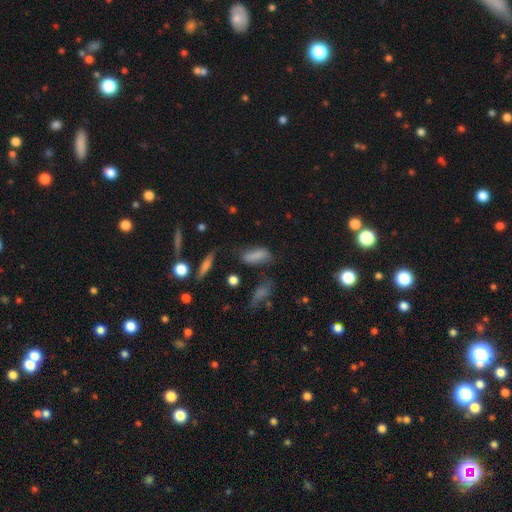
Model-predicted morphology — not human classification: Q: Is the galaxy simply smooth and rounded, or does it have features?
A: smooth — 78%.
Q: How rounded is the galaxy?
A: in between — 70%.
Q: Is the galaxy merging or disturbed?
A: none — 53%.